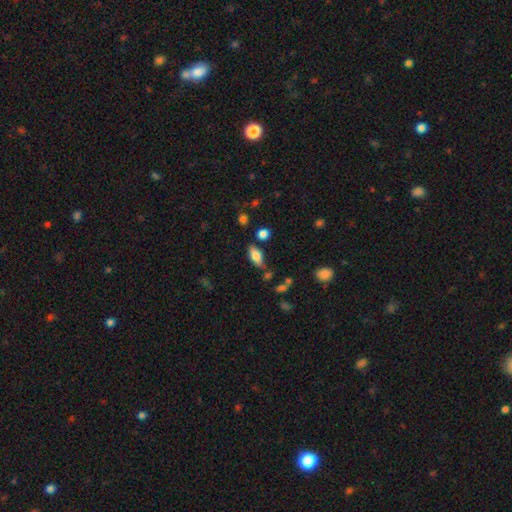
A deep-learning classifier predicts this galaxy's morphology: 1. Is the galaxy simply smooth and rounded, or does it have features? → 77% smooth, 15% featured or disk, 8% star or artifact.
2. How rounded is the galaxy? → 86% in between, 11% cigar-shaped, 3% round.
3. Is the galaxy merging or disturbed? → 74% none, 15% minor disturbance, 7% merger, 4% major disturbance.